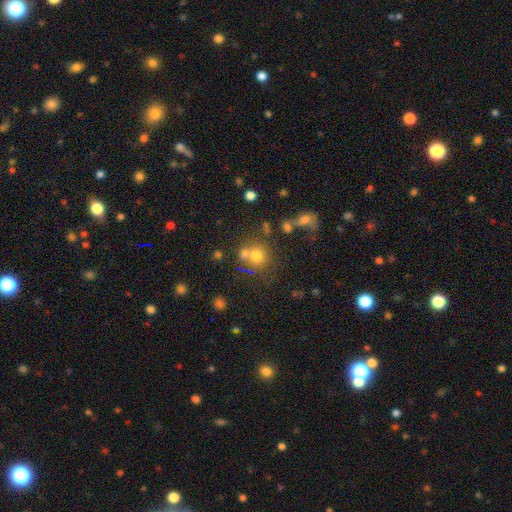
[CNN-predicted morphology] The model was most divided on "merging": none: 54%, merger: 30%, minor disturbance: 10%, major disturbance: 5%. More confident: how rounded — round (86%); smooth or featured — smooth (71%).